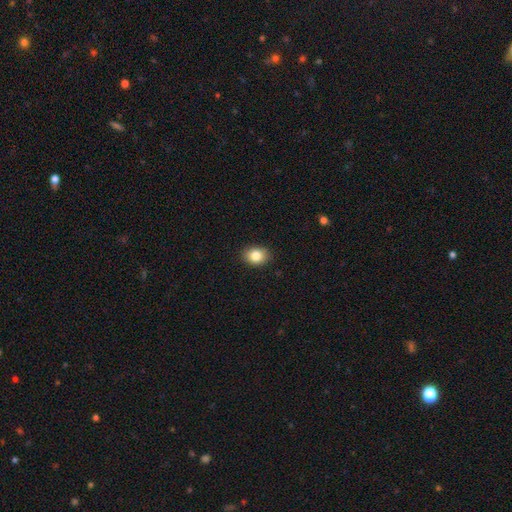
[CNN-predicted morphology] Smooth or featured?
  - smooth: 84% *
  - star or artifact: 9%
  - featured or disk: 7%
How rounded?
  - in between: 63% *
  - round: 36%
  - cigar-shaped: 1%
Merging?
  - none: 88% *
  - minor disturbance: 9%
  - major disturbance: 2%
  - merger: 1%